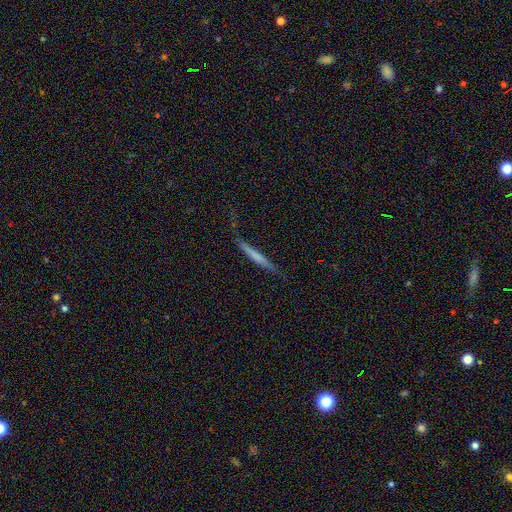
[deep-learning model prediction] This is possibly a smooth galaxy (52%). How rounded: clearly cigar-shaped (95%). Merging: likely none (64%).